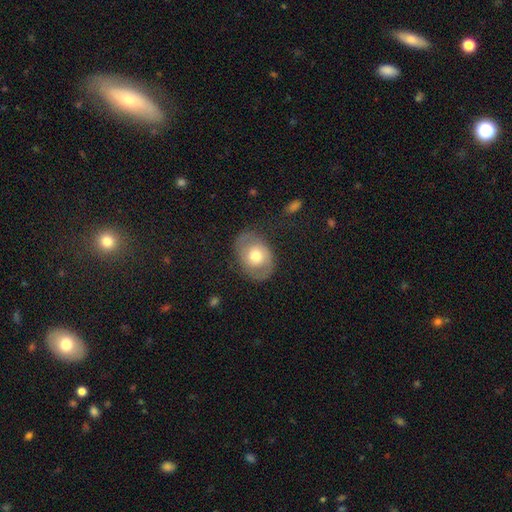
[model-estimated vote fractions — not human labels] This is possibly a featured or disk galaxy (48%). Merging: likely none (73%).